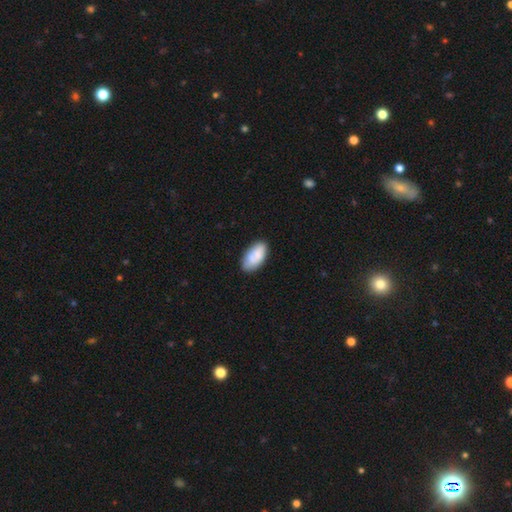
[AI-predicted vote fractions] A smooth galaxy with no disk features (80%) that is in between round and cigar-shaped (95%). Merging: none (77%).